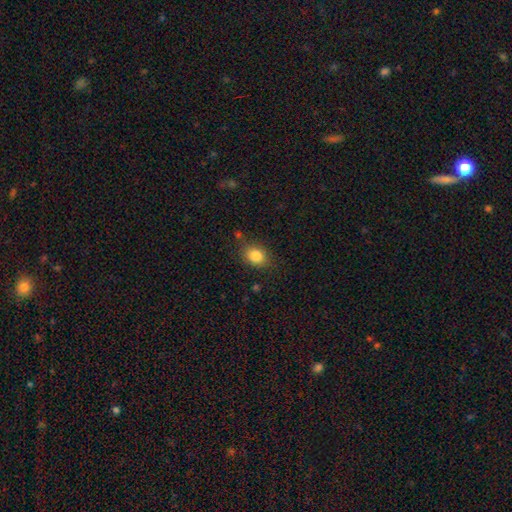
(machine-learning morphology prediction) A smooth galaxy with no disk features (84%) that is in between round and cigar-shaped (55%). Merging: none (79%).